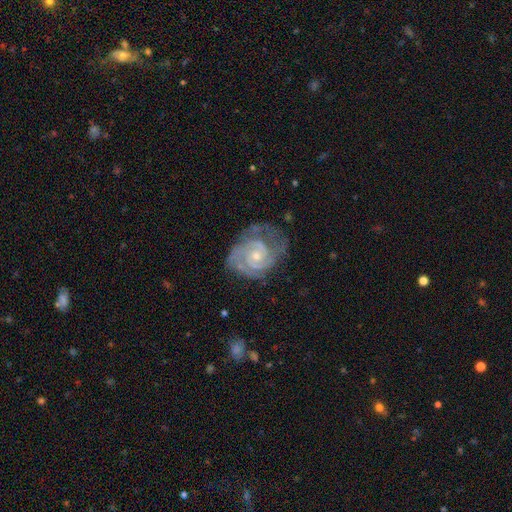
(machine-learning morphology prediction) smooth-or-featured: featured or disk: 90% | smooth: 5% | star or artifact: 5%
  disk-edge-on: no: 98% | yes: 2%
    bar: no: 69% | weak: 26% | strong: 5%
    has-spiral-arms: yes: 98% | no: 2%
      spiral-winding: tight: 65% | medium: 30% | loose: 5%
      spiral-arm-count: 2: 56% | 3: 20% | can't tell: 12% | 4: 4% | 1: 4% | more than 4: 3%
    bulge-size: small: 60% | moderate: 36% | none: 2% | large: 1% | dominant: 1%
  merging: none: 60% | minor disturbance: 25% | major disturbance: 14% | merger: 2%